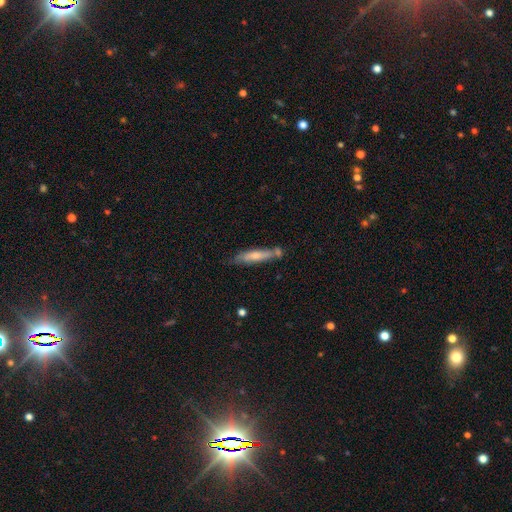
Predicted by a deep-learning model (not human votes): Smooth or featured?
  - smooth: 63% *
  - featured or disk: 31%
  - star or artifact: 6%
How rounded?
  - cigar-shaped: 83% *
  - in between: 15%
  - round: 1%
Merging?
  - none: 59% *
  - minor disturbance: 21%
  - merger: 15%
  - major disturbance: 5%